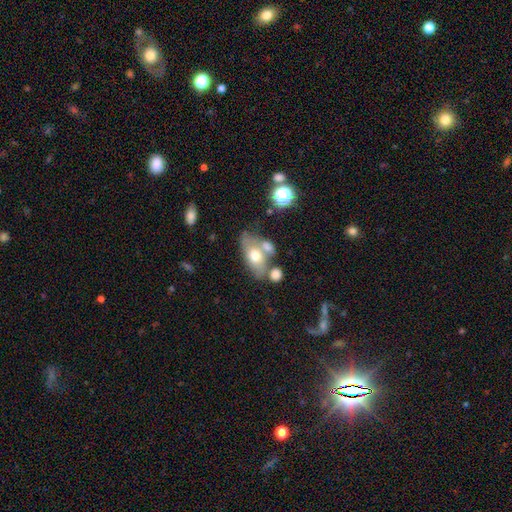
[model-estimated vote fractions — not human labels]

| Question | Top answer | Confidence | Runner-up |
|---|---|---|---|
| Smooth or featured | smooth | 62% | featured or disk (29%) |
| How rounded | in between | 85% | round (11%) |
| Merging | none | 45% | merger (31%) |